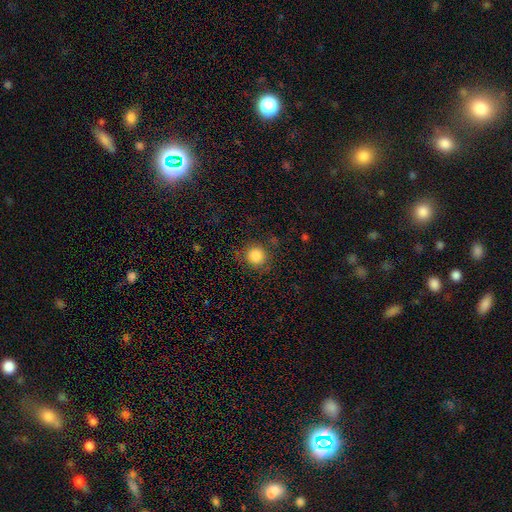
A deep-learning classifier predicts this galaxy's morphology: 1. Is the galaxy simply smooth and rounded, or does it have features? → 84% smooth, 10% star or artifact, 6% featured or disk.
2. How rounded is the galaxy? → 91% round, 8% in between, 1% cigar-shaped.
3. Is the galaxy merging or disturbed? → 83% none, 11% minor disturbance, 4% major disturbance, 2% merger.